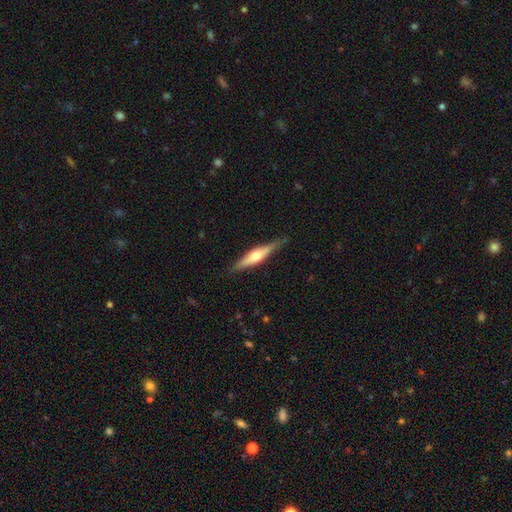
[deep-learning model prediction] A featured or disk galaxy (63%) viewed edge-on (96%) with a rounded central bulge (88%).

Vote fractions:
- Smooth or featured? featured or disk: 63% / smooth: 31% / star or artifact: 5%
- Edge-on disk? yes: 96% / no: 4%
- Edge-on bulge? rounded: 88% / boxy: 7% / none: 4%
- Merging? none: 84% / minor disturbance: 12% / major disturbance: 2% / merger: 1%